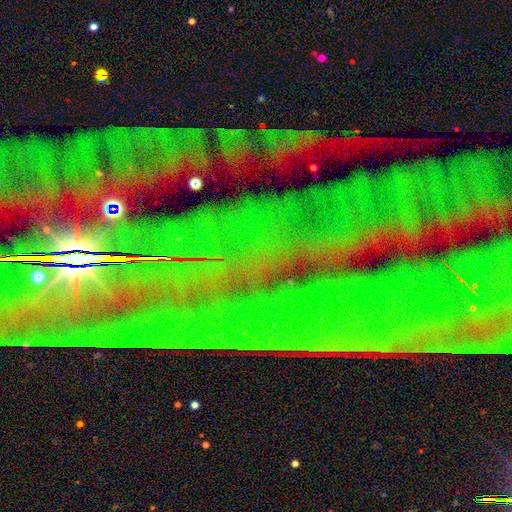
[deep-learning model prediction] This is clearly a star or artifact rather than a galaxy (86%).